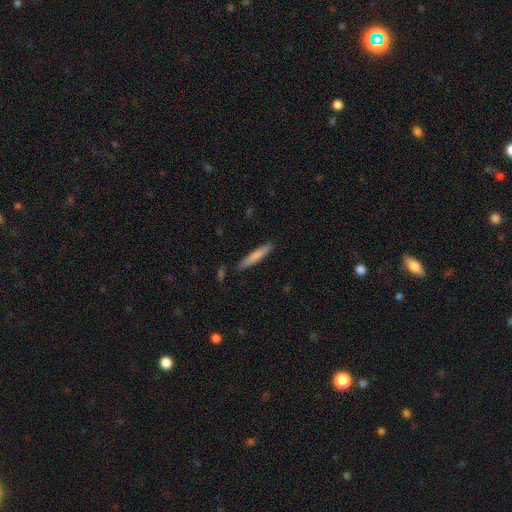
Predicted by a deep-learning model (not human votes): This appears to be a smooth galaxy with no disk features (77%) that is cigar-shaped (93%). Merging: none (87%).